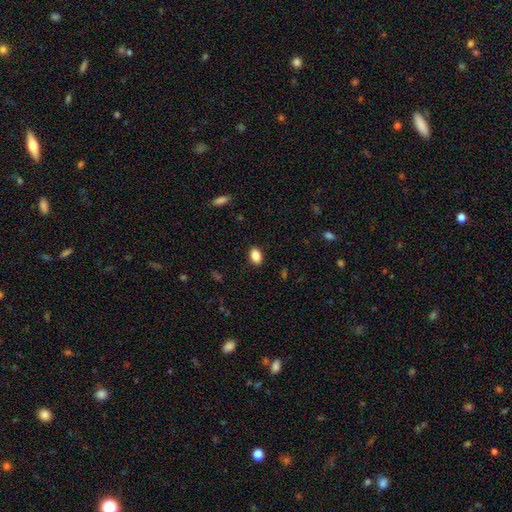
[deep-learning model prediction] Smooth or featured: smooth — 87% (star or artifact — 8%)
How rounded: in between — 89% (round — 9%)
Merging: none — 88% (minor disturbance — 9%)